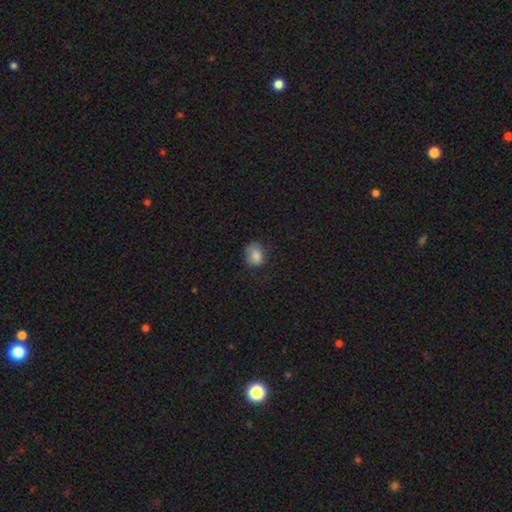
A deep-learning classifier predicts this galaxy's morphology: Smooth or featured?
  - smooth: 83% *
  - star or artifact: 10%
  - featured or disk: 7%
How rounded?
  - round: 50% *
  - in between: 49%
  - cigar-shaped: 1%
Merging?
  - none: 63% *
  - minor disturbance: 26%
  - major disturbance: 10%
  - merger: 1%